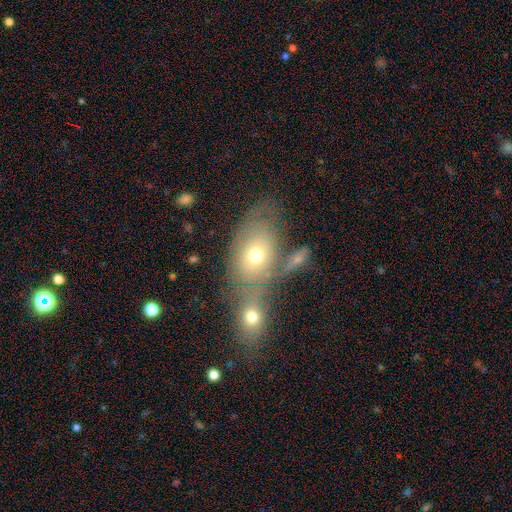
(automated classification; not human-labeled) The model was most divided on "merging": merger: 49%, none: 33%, minor disturbance: 12%, major disturbance: 7%. More confident: how rounded — in between (78%); smooth or featured — smooth (61%).